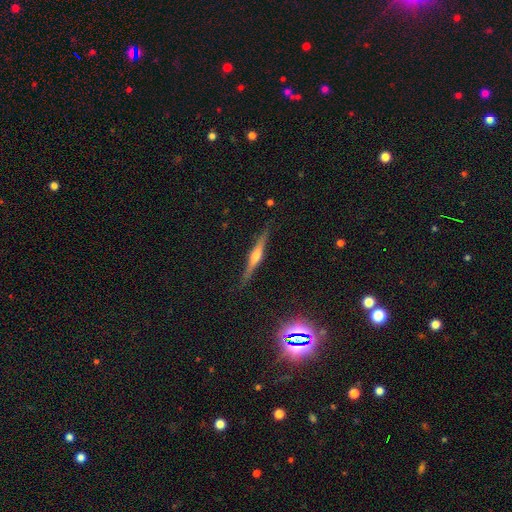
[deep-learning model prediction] The model was most divided on "smooth or featured": featured or disk: 75%, smooth: 16%, star or artifact: 9%. More confident: edge-on disk — yes (98%); merging — none (89%); edge-on bulge — rounded (83%).